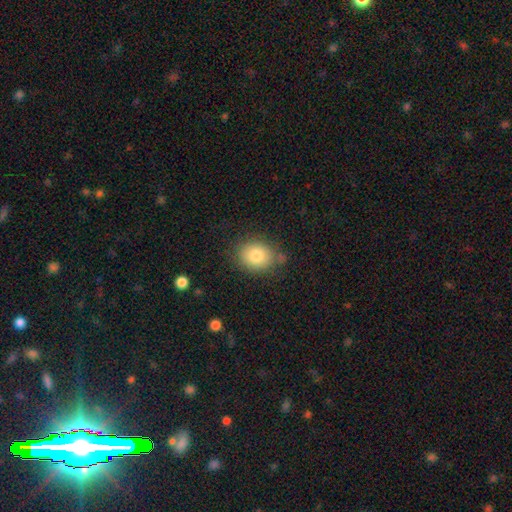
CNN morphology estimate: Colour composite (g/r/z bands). It shows a smooth galaxy with no disk features (81%) that is round (59%). Merging: none (74%).